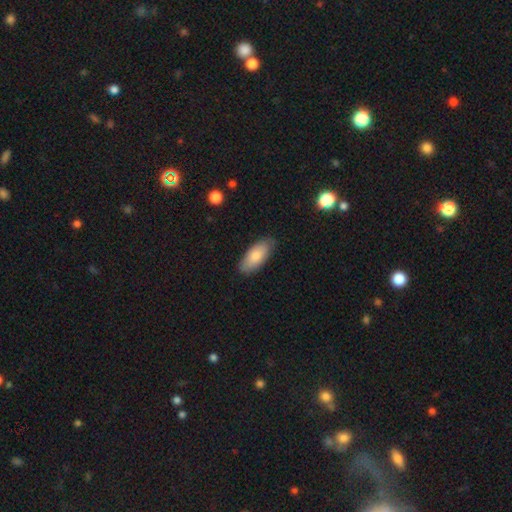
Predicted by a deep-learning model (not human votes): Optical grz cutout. It shows a smooth galaxy with no disk features (80%) that is in between round and cigar-shaped (88%). Merging: none (82%).